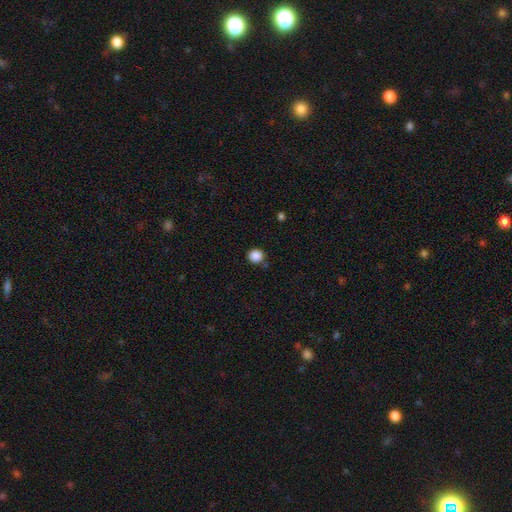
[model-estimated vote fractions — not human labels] smooth_or_featured: smooth (p=0.87) [alt: star or artifact p=0.10]
how_rounded: round (p=0.91) [alt: in between p=0.09]
merging: none (p=0.85) [alt: minor disturbance p=0.08]